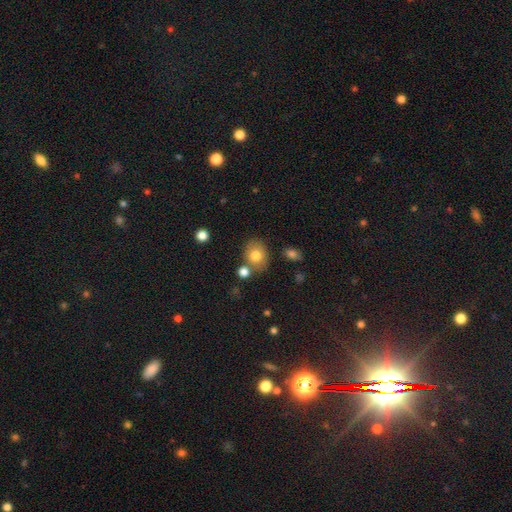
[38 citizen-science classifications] Volunteers were most divided on "how rounded": in between: 62%, round: 38%, cigar-shaped: 0%. More confident: smooth or featured — smooth (84%); merging — none (83%).